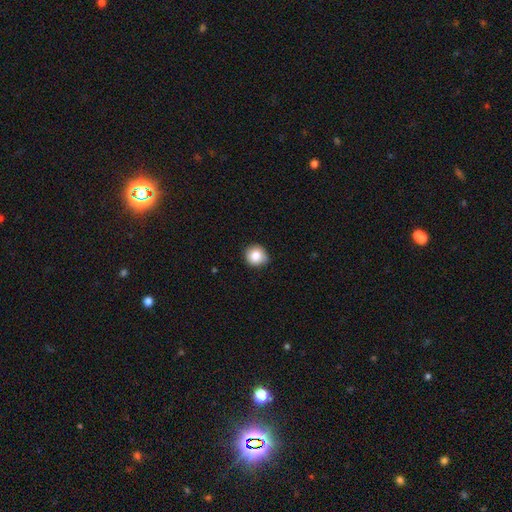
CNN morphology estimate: Smooth or featured? smooth (83%)
How rounded? round (88%)
Merging? none (81%)